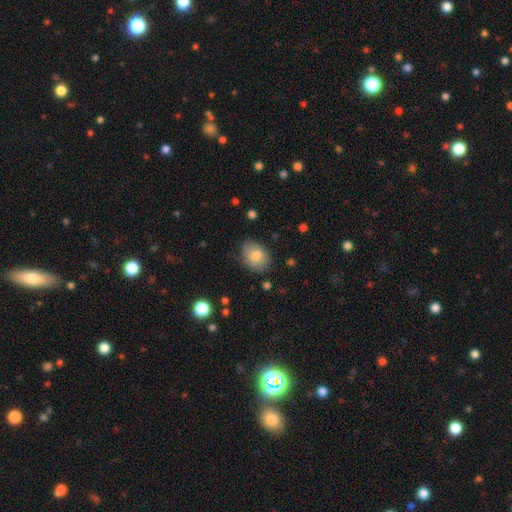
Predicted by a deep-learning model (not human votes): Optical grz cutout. It shows a smooth galaxy with no disk features (81%) that is in between round and cigar-shaped (66%). Merging: none (75%).